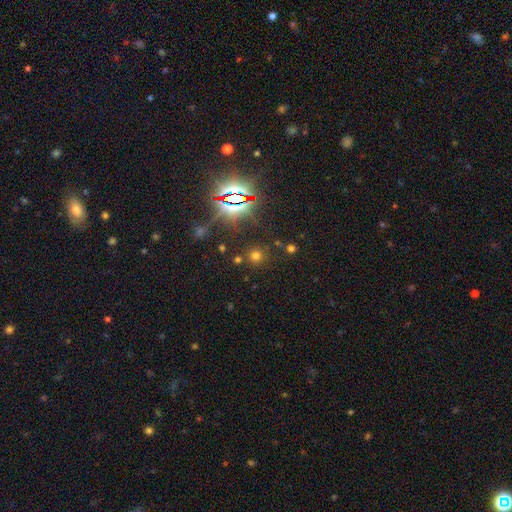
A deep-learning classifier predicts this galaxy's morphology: smooth-or-featured: smooth: 57% | star or artifact: 35% | featured or disk: 8%
  how-rounded: round: 92% | in between: 6% | cigar-shaped: 1%
  merging: none: 81% | minor disturbance: 8% | merger: 7% | major disturbance: 4%